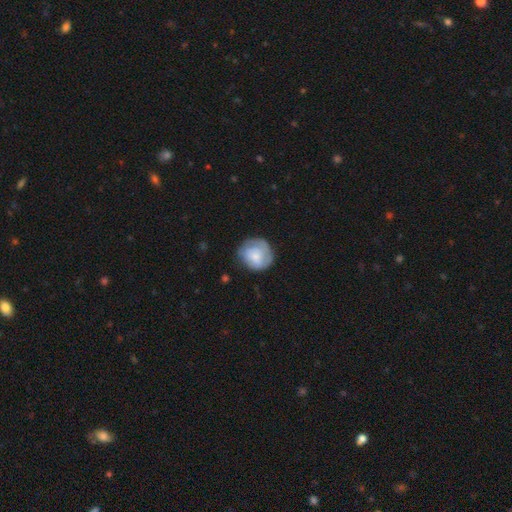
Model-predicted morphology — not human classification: Smooth or featured? smooth (60%)
How rounded? round (85%)
Merging? none (66%)